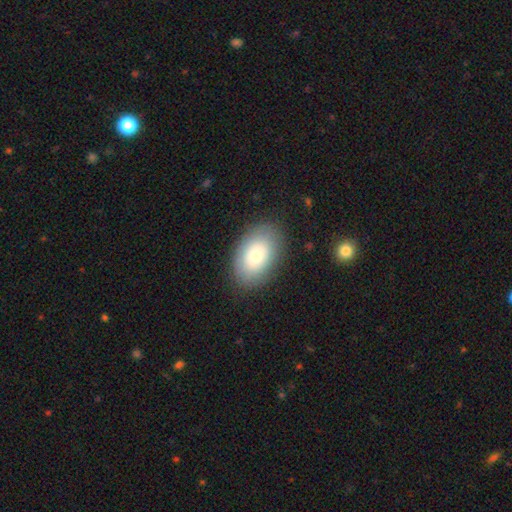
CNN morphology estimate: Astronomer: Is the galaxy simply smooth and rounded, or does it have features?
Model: smooth — 74%.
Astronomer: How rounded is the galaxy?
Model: in between — 87%.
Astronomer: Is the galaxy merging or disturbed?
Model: none — 84%.